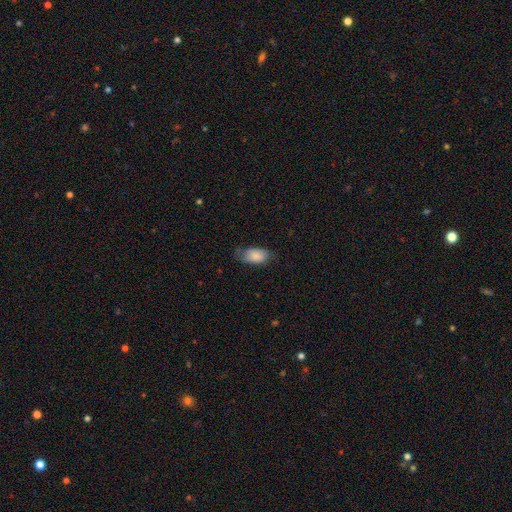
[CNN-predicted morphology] This appears to be a smooth galaxy with no disk features (83%) that is in between round and cigar-shaped (93%). Merging: none (62%).